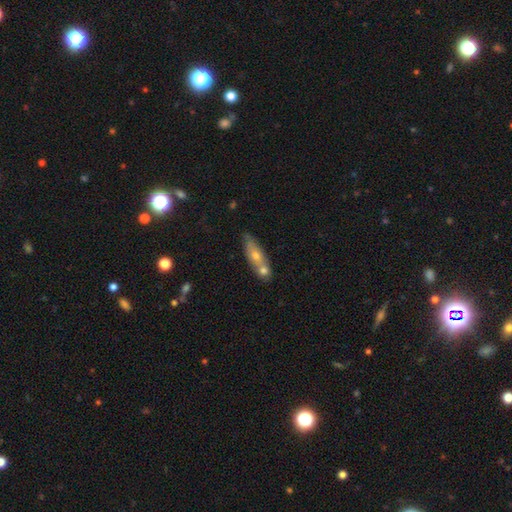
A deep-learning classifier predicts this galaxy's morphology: smooth-or-featured: smooth: 51% | featured or disk: 39% | star or artifact: 10%
  how-rounded: cigar-shaped: 51% | in between: 43% | round: 6%
  merging: none: 44% | merger: 40% | minor disturbance: 12% | major disturbance: 4%